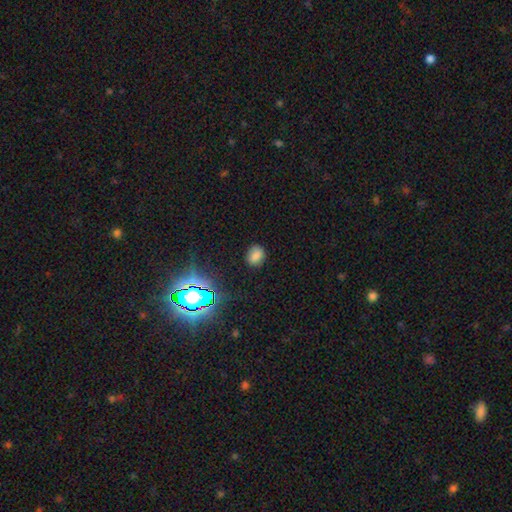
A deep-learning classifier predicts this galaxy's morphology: Smooth or featured? Predicted: smooth (p=0.74). How rounded? Predicted: in between (p=0.56). Merging? Predicted: none (p=0.83).